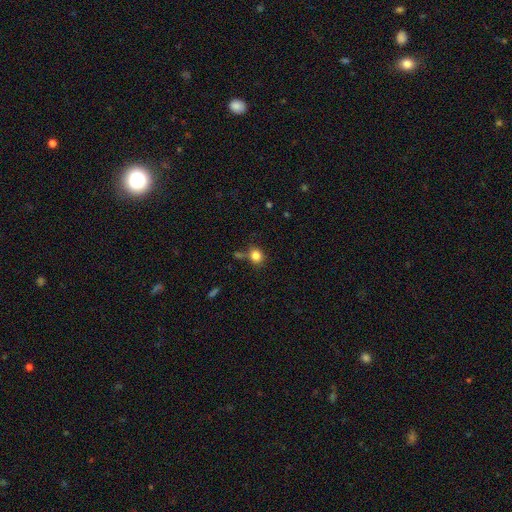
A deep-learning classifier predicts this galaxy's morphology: This is clearly a smooth galaxy (83%). How rounded: likely round (71%). Merging: likely none (70%).